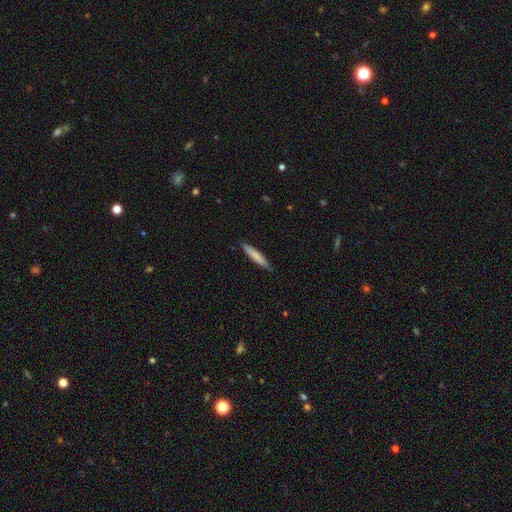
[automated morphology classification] smooth 77%, featured or disk 18%, star or artifact 5%. Down the decision tree: how rounded — cigar-shaped (90%); merging — none (86%).